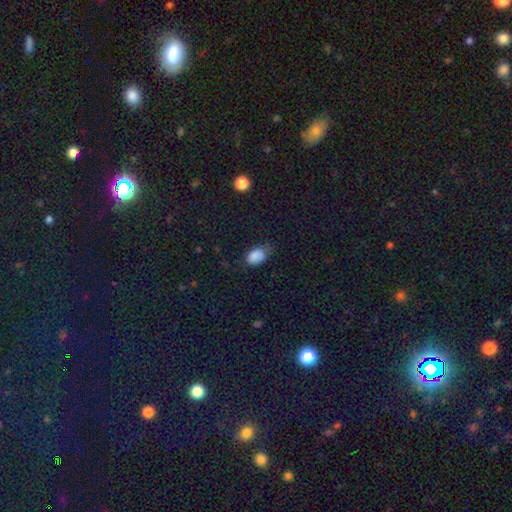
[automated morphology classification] A smooth galaxy with no disk features (83%) that is in between round and cigar-shaped (88%). Merging: none (57%).